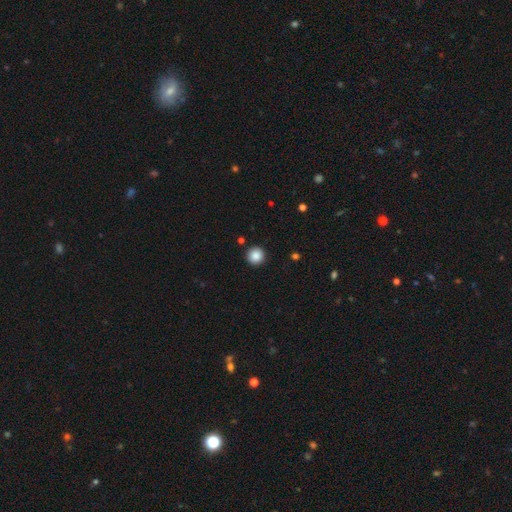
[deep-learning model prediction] A smooth galaxy with no disk features (87%) that is round (95%).

Vote fractions:
- Smooth or featured? smooth: 87% / star or artifact: 10% / featured or disk: 3%
- How rounded? round: 95% / in between: 4% / cigar-shaped: 1%
- Merging? none: 92% / minor disturbance: 5% / major disturbance: 2% / merger: 1%